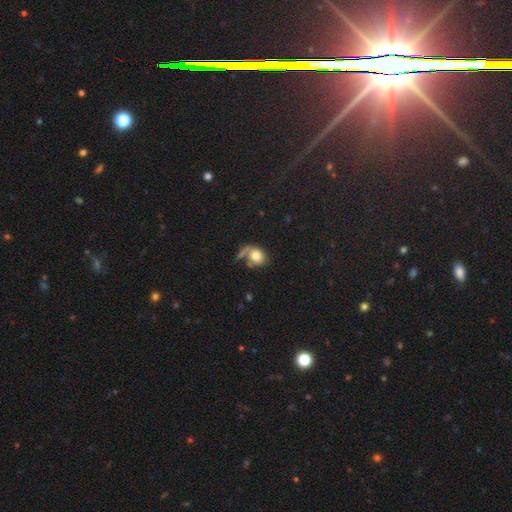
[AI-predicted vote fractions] Smooth or featured? smooth (69%)
How rounded? in between (50%)
Merging? none (39%)